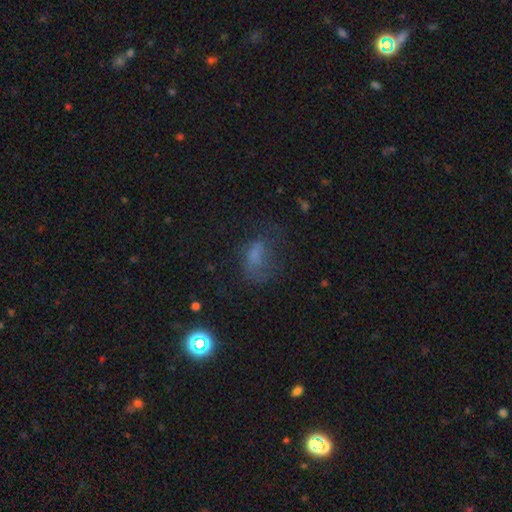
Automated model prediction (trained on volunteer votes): Smooth or featured: smooth — 54% (featured or disk — 23%)
How rounded: in between — 76% (round — 18%)
Merging: none — 39% (major disturbance — 35%)